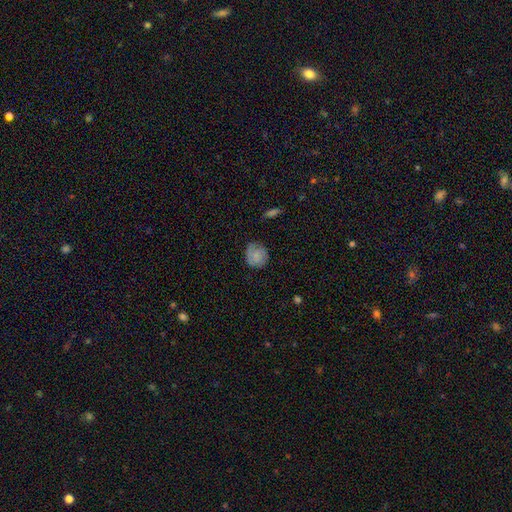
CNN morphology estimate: smooth-or-featured: smooth: 72% | featured or disk: 20% | star or artifact: 8%
  how-rounded: round: 81% | in between: 18% | cigar-shaped: 1%
  merging: none: 71% | minor disturbance: 22% | major disturbance: 5% | merger: 1%